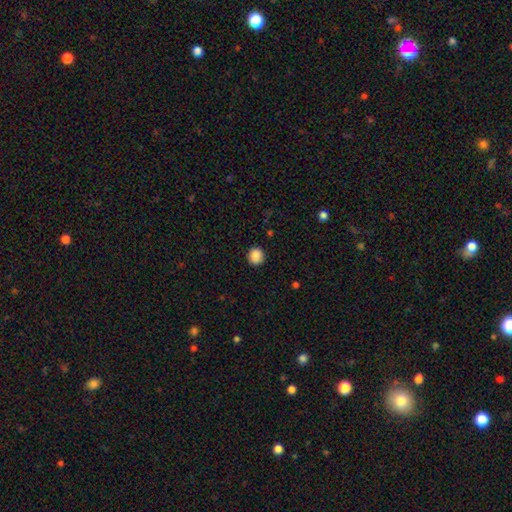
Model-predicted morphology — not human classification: smooth 88%, star or artifact 9%, featured or disk 3%. Down the decision tree: how rounded — round (86%); merging — none (91%).